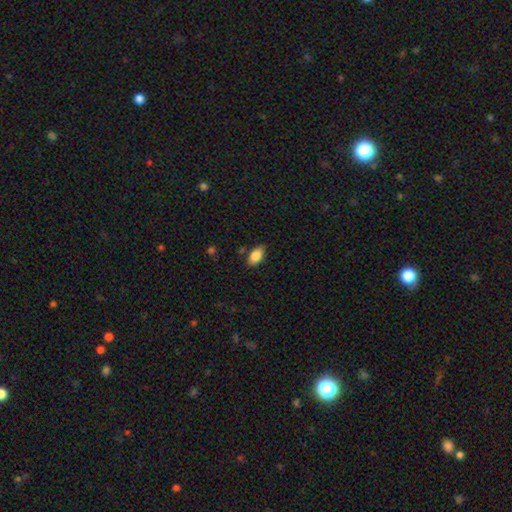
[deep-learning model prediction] smooth-or-featured: smooth: 86% | star or artifact: 8% | featured or disk: 7%
  how-rounded: in between: 92% | round: 5% | cigar-shaped: 3%
  merging: none: 81% | minor disturbance: 14% | major disturbance: 3% | merger: 3%